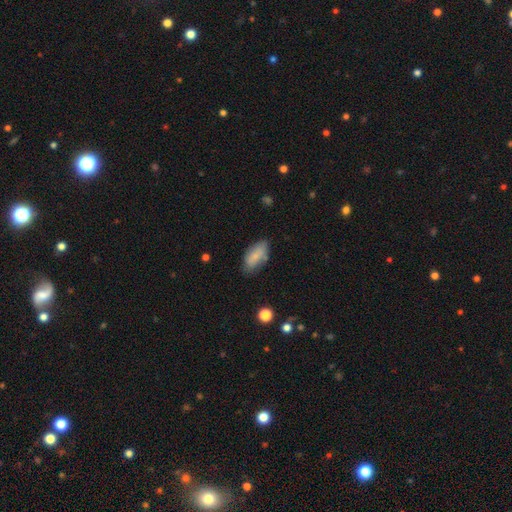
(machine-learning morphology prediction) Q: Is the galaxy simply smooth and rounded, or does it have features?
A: smooth — 79%.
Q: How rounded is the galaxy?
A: in between — 90%.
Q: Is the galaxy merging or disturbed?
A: none — 69%.